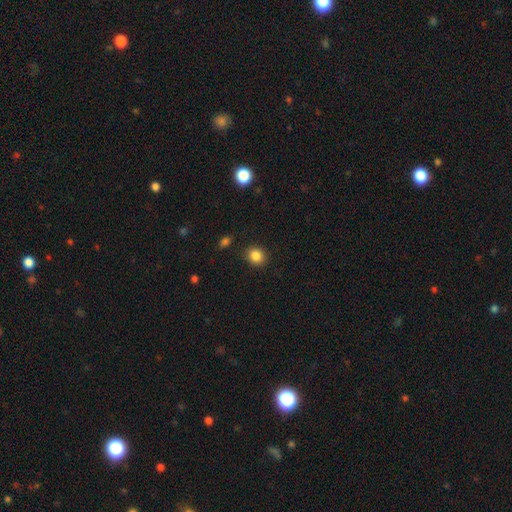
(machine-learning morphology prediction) A smooth galaxy with no disk features (86%) that is round (72%). Merging: none (89%).